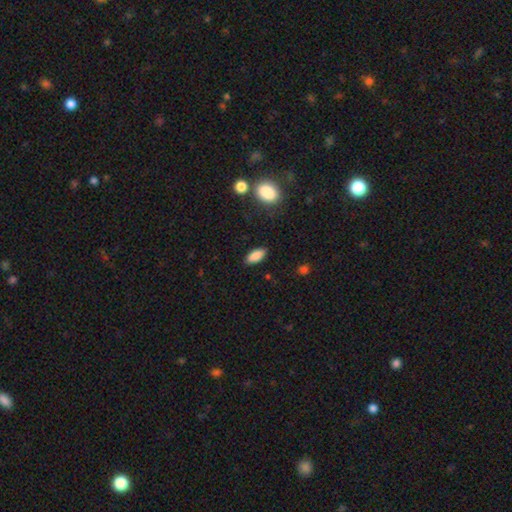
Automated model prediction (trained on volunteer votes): A smooth galaxy with no disk features (86%) that is in between round and cigar-shaped (86%).

Vote fractions:
- Smooth or featured? smooth: 86% / star or artifact: 7% / featured or disk: 7%
- How rounded? in between: 86% / cigar-shaped: 11% / round: 3%
- Merging? none: 86% / minor disturbance: 10% / major disturbance: 2% / merger: 2%